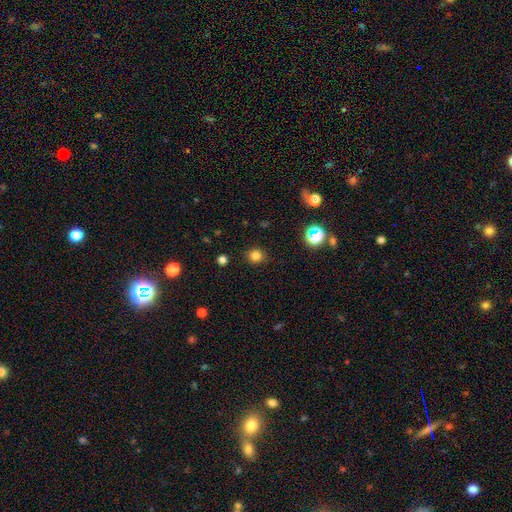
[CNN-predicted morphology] A smooth galaxy with no disk features (80%) that is round (87%).

Vote fractions:
- Smooth or featured? smooth: 80% / star or artifact: 15% / featured or disk: 5%
- How rounded? round: 87% / in between: 12% / cigar-shaped: 1%
- Merging? none: 88% / minor disturbance: 8% / major disturbance: 2% / merger: 1%